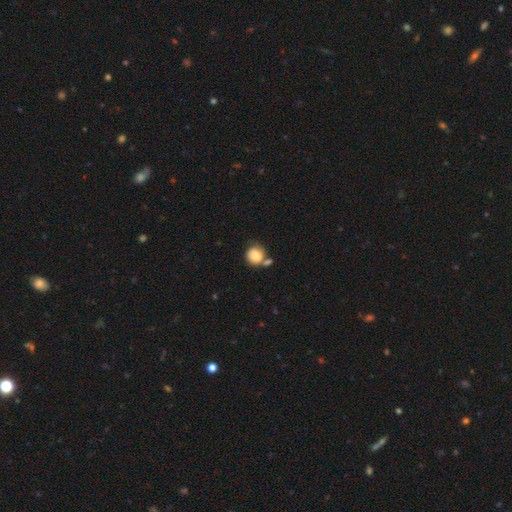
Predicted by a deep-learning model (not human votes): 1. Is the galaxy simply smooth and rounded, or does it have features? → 84% smooth, 9% featured or disk, 8% star or artifact.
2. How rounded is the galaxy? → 86% round, 13% in between, 1% cigar-shaped.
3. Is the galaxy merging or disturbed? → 48% none, 29% merger, 17% minor disturbance, 6% major disturbance.